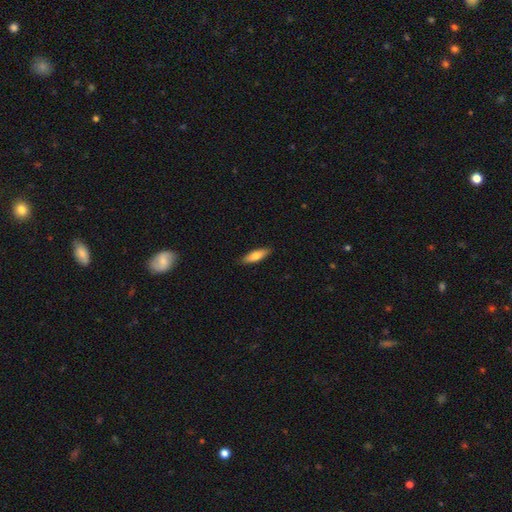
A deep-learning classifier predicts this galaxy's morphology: This appears to be a smooth galaxy with no disk features (72%) that is cigar-shaped (55%). Merging: none (88%).